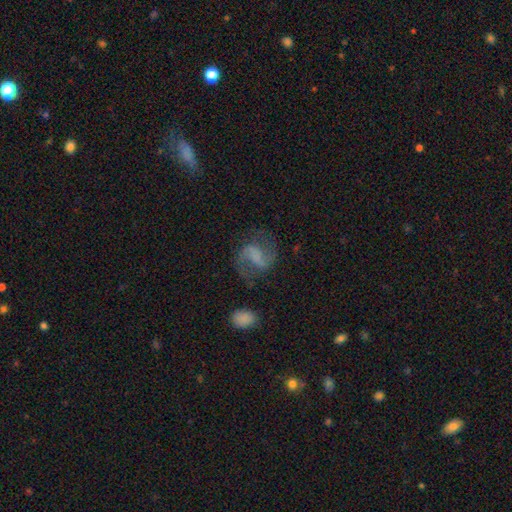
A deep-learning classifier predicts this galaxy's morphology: Overall: featured or disk (77%). Edge-on disk: no (98%). Bar: weak (41%; strong 39%). Spiral arms: yes (93%). Spiral arm count: 2 (91%). Spiral winding: medium (50%; loose 39%). Bulge size: none (59%). Merging: none (70%).